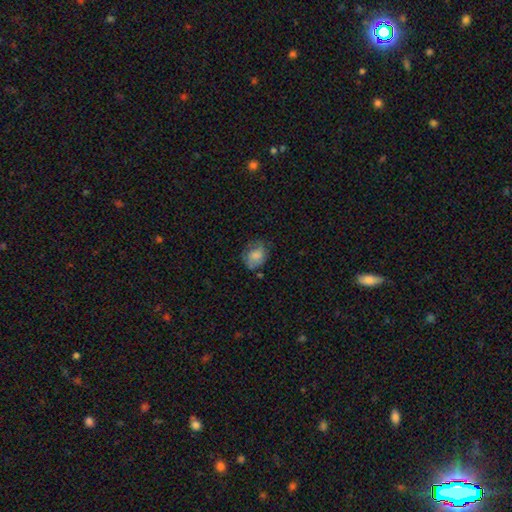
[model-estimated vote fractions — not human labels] Smooth or featured: smooth — 74% (featured or disk — 17%)
How rounded: in between — 50% (round — 49%)
Merging: none — 57% (minor disturbance — 28%)